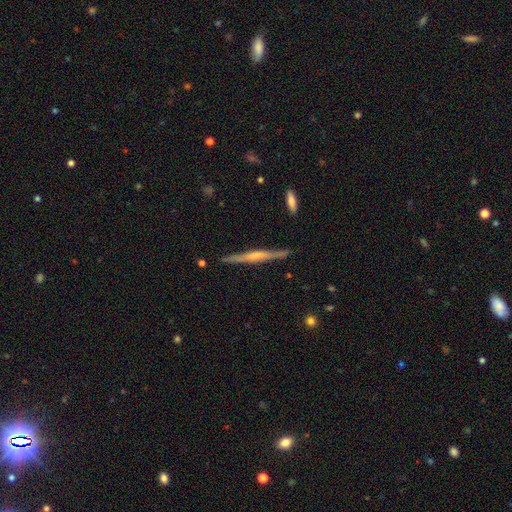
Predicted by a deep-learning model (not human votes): Smooth or featured?
  - featured or disk: 72% *
  - smooth: 22%
  - star or artifact: 6%
Edge-on disk?
  - yes: 98% *
  - no: 2%
Edge-on bulge?
  - rounded: 59% *
  - none: 25%
  - boxy: 15%
Merging?
  - none: 89% *
  - minor disturbance: 8%
  - major disturbance: 1%
  - merger: 1%